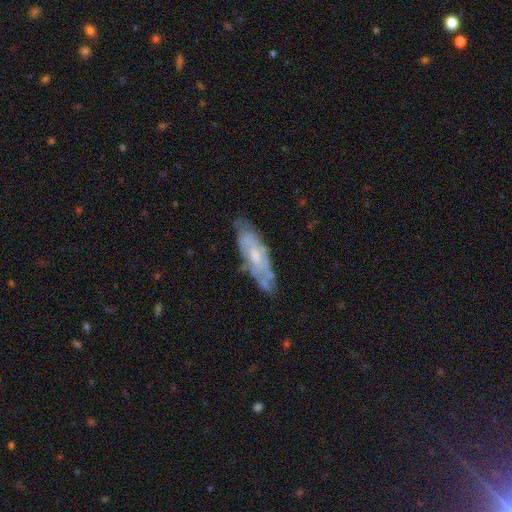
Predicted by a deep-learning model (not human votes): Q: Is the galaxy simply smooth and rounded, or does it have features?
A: featured or disk — 61%.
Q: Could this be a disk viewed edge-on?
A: no — 71%.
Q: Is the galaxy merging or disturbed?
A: none — 67%.